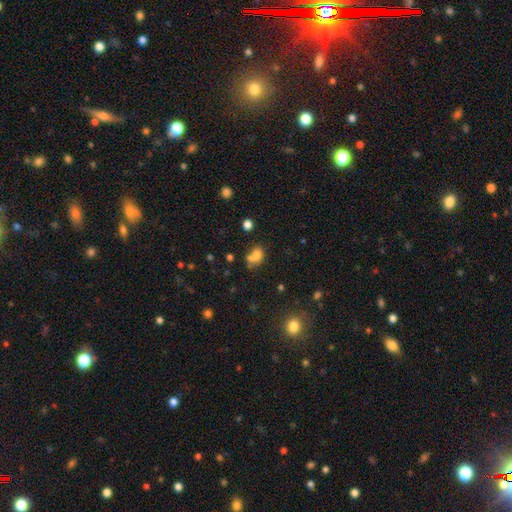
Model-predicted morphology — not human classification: smooth 71%, star or artifact 15%, featured or disk 14%. Down the decision tree: how rounded — in between (53%); merging — merger (43%).